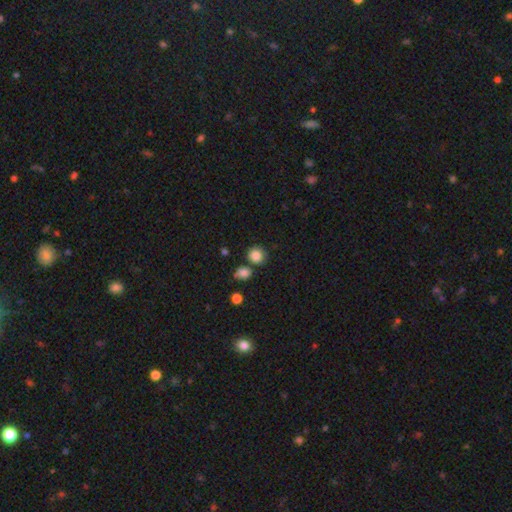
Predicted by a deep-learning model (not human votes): This is clearly a smooth galaxy (85%). How rounded: clearly round (84%). Merging: likely none (72%).